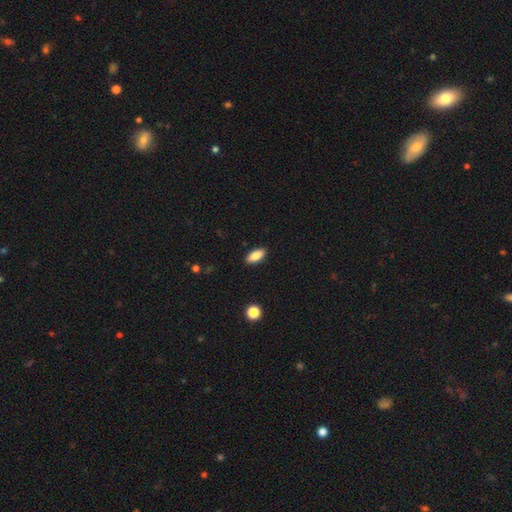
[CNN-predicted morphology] Smooth or featured? Predicted: smooth (p=0.82). How rounded? Predicted: in between (p=0.83). Merging? Predicted: none (p=0.90).